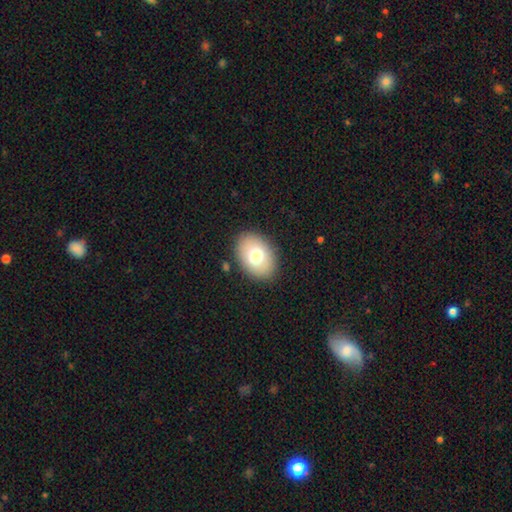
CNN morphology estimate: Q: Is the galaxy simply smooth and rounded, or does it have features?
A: smooth — 75%.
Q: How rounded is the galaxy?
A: in between — 82%.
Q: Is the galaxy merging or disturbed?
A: none — 87%.